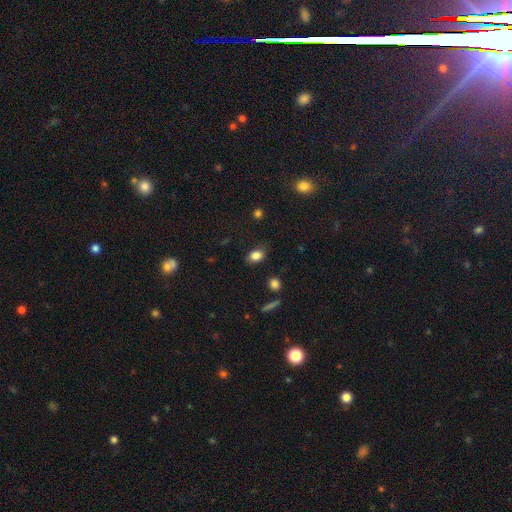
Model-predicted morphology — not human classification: smooth 84%, star or artifact 10%, featured or disk 6%. Down the decision tree: how rounded — in between (72%); merging — none (79%).